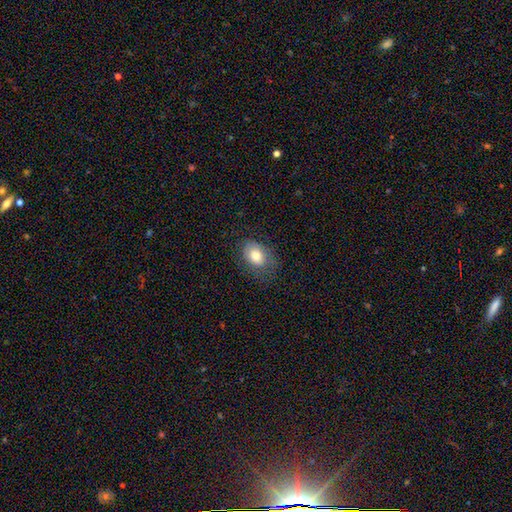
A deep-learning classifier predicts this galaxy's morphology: smooth-or-featured: smooth: 79% | featured or disk: 13% | star or artifact: 8%
  how-rounded: in between: 77% | round: 22% | cigar-shaped: 1%
  merging: none: 66% | minor disturbance: 23% | major disturbance: 10% | merger: 1%